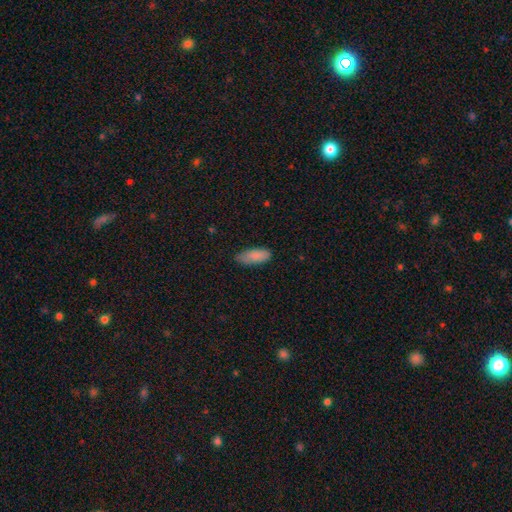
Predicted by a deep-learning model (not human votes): Smooth or featured? Predicted: smooth (p=0.87). How rounded? Predicted: in between (p=0.77). Merging? Predicted: none (p=0.73).